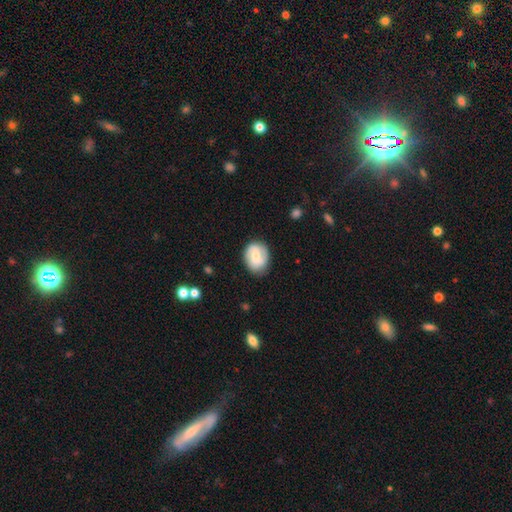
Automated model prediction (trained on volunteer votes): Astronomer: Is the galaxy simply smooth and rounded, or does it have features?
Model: featured or disk — 50% (runner-up: smooth, 44%).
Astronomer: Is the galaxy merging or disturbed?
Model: none — 78%.